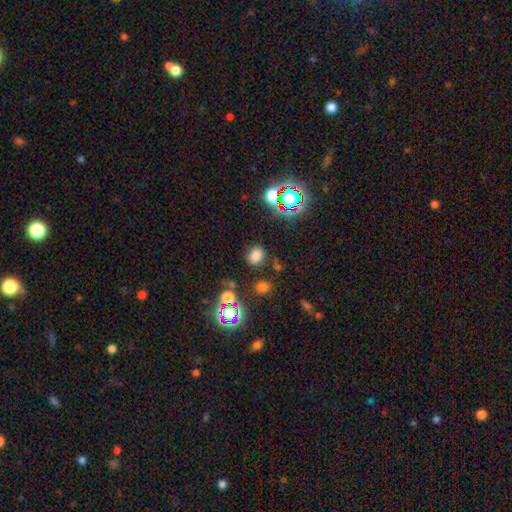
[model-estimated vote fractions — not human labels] smooth_or_featured: smooth (p=0.74) [alt: star or artifact p=0.19]
how_rounded: round (p=0.63) [alt: in between p=0.36]
merging: none (p=0.82) [alt: minor disturbance p=0.10]